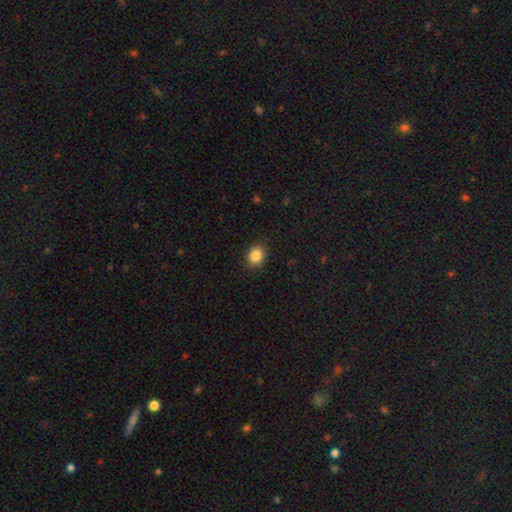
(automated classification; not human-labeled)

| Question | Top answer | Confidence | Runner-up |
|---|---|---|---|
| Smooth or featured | smooth | 86% | star or artifact (9%) |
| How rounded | round | 58% | in between (41%) |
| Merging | none | 90% | minor disturbance (7%) |